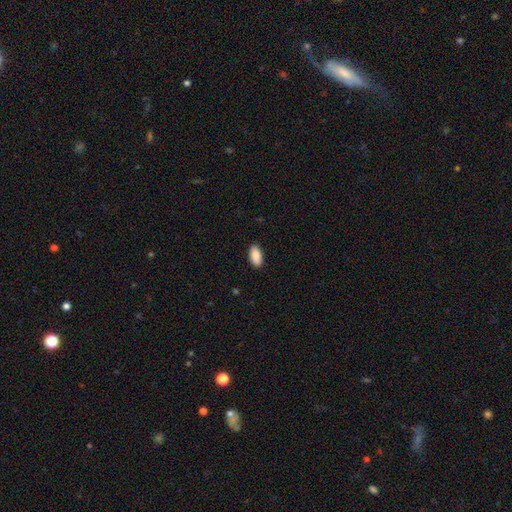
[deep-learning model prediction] smooth-or-featured: smooth: 89% | star or artifact: 6% | featured or disk: 5%
  how-rounded: in between: 92% | cigar-shaped: 6% | round: 2%
  merging: none: 89% | minor disturbance: 8% | major disturbance: 2% | merger: 1%